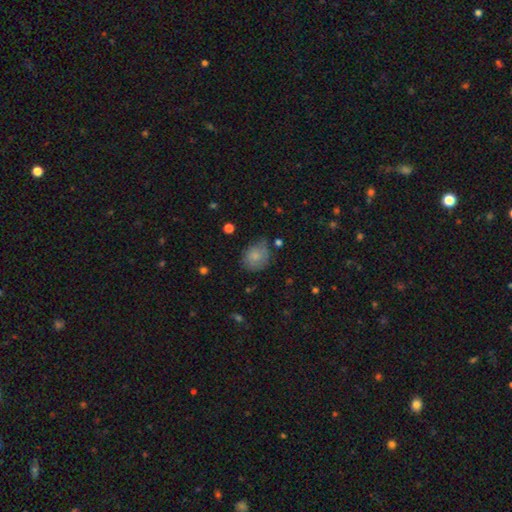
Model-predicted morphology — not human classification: smooth 75%, featured or disk 16%, star or artifact 8%. Down the decision tree: how rounded — round (58%); merging — none (51%).